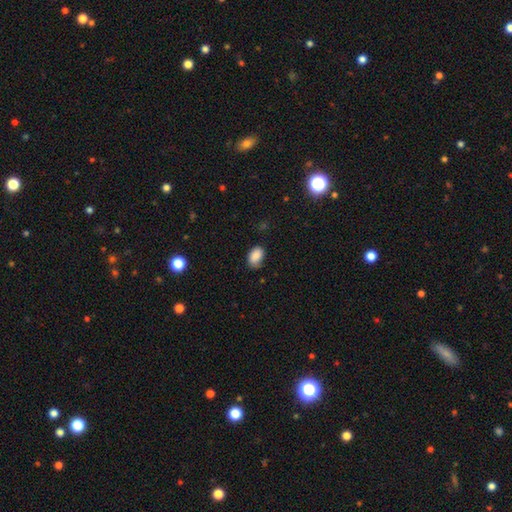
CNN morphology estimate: Overall: smooth (87%). How rounded: in between (87%). Merging: none (71%).